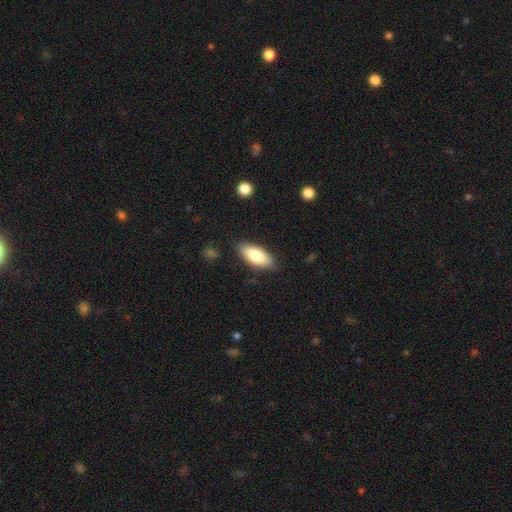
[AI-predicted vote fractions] Smooth or featured? smooth (76%)
How rounded? in between (84%)
Merging? none (85%)